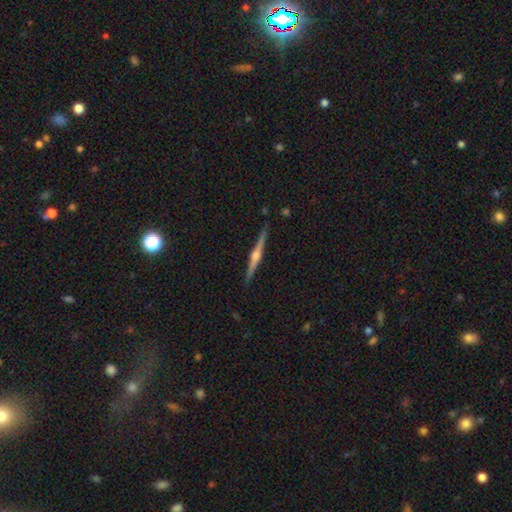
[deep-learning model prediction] Smooth or featured: featured or disk — 82% (smooth — 12%)
Edge-on disk: yes — 99% (no — 1%)
Edge-on bulge: rounded — 91% (boxy — 5%)
Merging: none — 91% (minor disturbance — 6%)